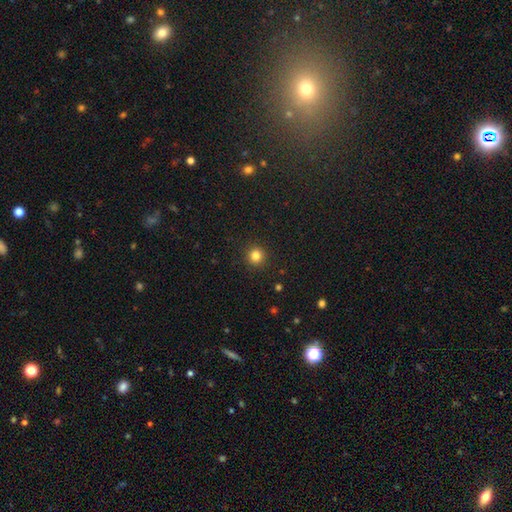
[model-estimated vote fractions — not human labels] Q: Smooth or featured?
A: smooth (83%); runner-up: star or artifact (12%)
Q: How rounded?
A: round (94%); runner-up: in between (5%)
Q: Merging?
A: none (92%); runner-up: minor disturbance (5%)